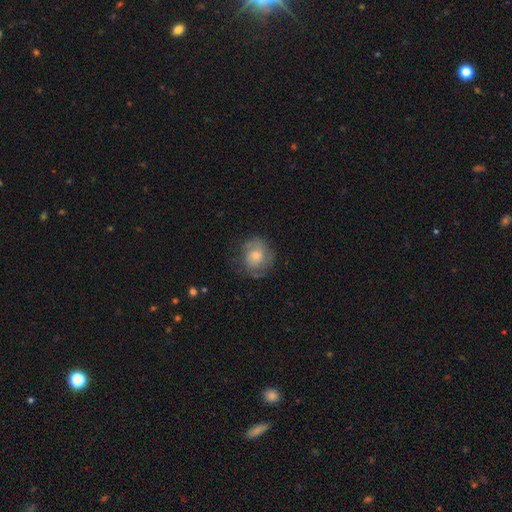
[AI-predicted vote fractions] smooth 61%, featured or disk 31%, star or artifact 7%. Down the decision tree: how rounded — round (84%); merging — none (63%).